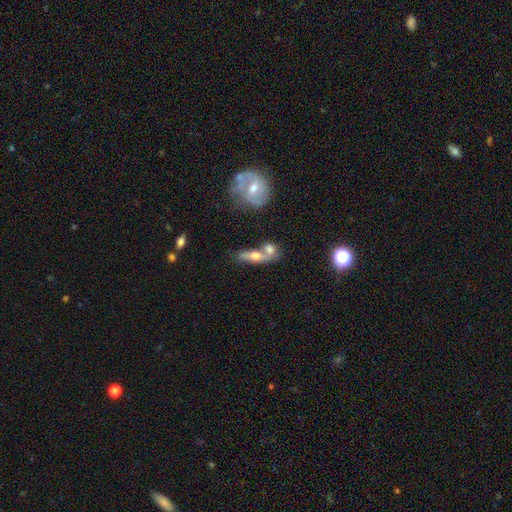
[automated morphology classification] Smooth or featured?
  - smooth: 47% *
  - featured or disk: 43%
  - star or artifact: 10%
Merging?
  - merger: 48% *
  - none: 32%
  - minor disturbance: 12%
  - major disturbance: 8%